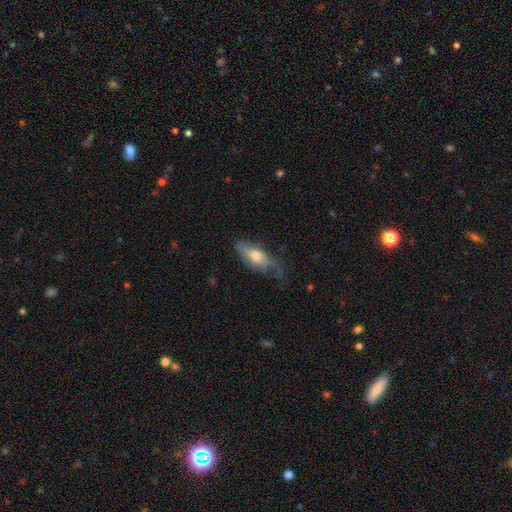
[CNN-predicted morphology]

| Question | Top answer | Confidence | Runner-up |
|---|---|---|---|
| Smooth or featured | smooth | 55% | featured or disk (38%) |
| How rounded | in between | 75% | cigar-shaped (22%) |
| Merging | none | 43% | minor disturbance (34%) |